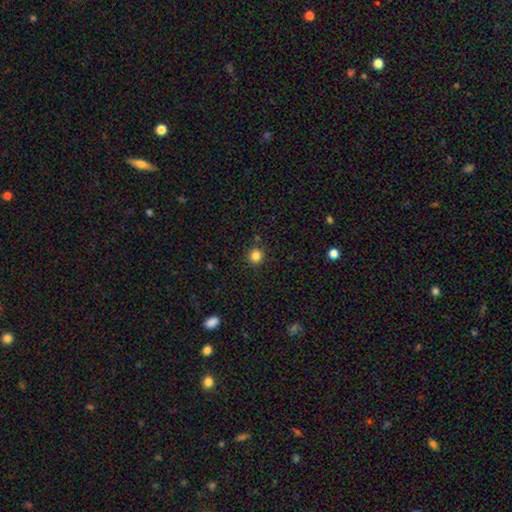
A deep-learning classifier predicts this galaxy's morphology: Smooth or featured? smooth (84%)
How rounded? round (92%)
Merging? none (89%)